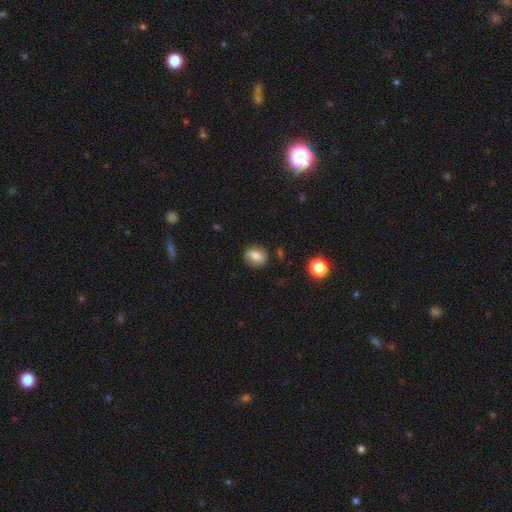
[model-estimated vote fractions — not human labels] Morphology: type=smooth (74%); roundness=round (50%); merging=none (81%).